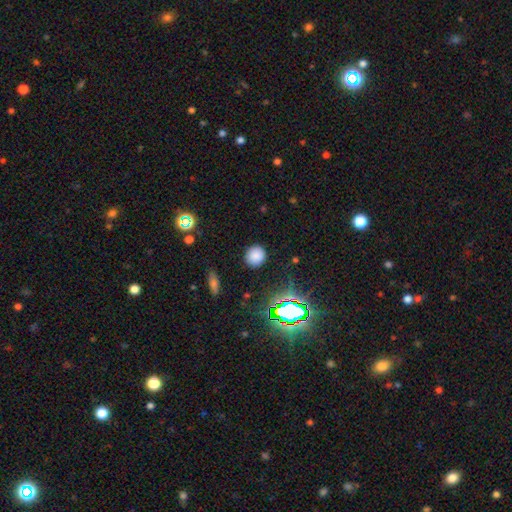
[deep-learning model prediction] Smooth or featured: smooth — 78% (star or artifact — 16%)
How rounded: round — 88% (in between — 11%)
Merging: none — 87% (minor disturbance — 8%)